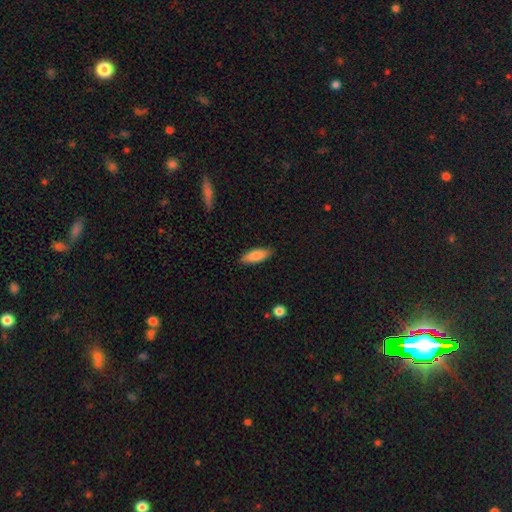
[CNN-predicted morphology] This appears to be a smooth galaxy with no disk features (83%) that is in between round and cigar-shaped (64%). Merging: none (88%).